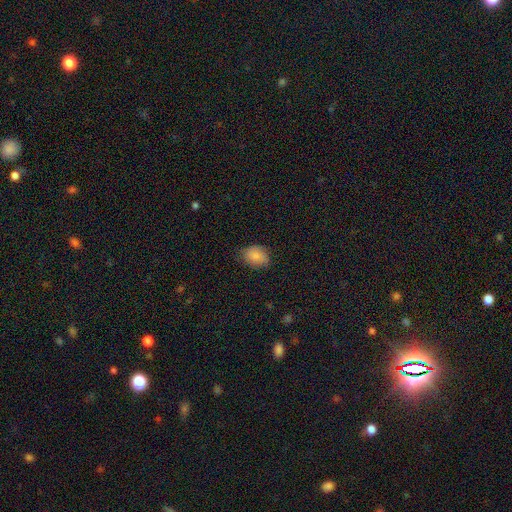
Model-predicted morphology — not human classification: smooth-or-featured: smooth: 85% | star or artifact: 8% | featured or disk: 8%
  how-rounded: in between: 63% | round: 36% | cigar-shaped: 1%
  merging: none: 72% | minor disturbance: 23% | major disturbance: 4% | merger: 1%